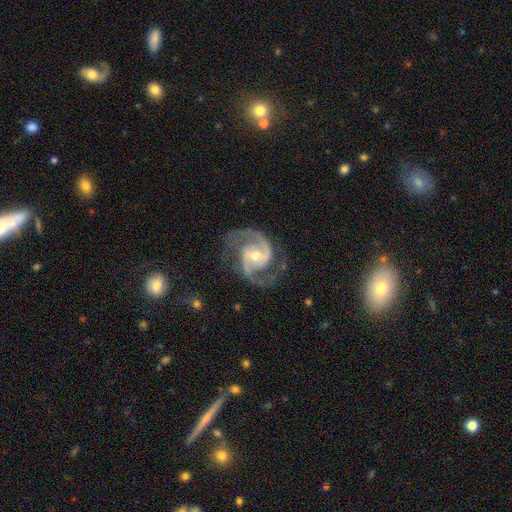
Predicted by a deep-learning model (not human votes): The model was most divided on "bar": weak: 44%, no: 39%, strong: 17%. More confident: spiral arms — yes (98%); edge-on disk — no (98%); smooth or featured — featured or disk (93%); spiral arm count — 2 (92%); merging — none (77%); spiral winding — medium (66%); bulge size — moderate (58%).